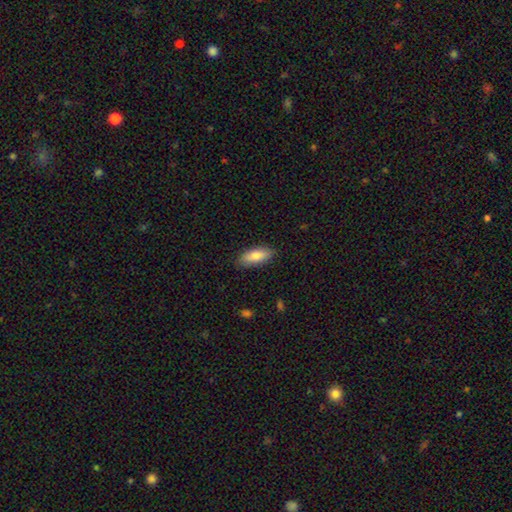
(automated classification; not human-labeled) A smooth galaxy with no disk features (80%) that is in between round and cigar-shaped (75%).

Vote fractions:
- Smooth or featured? smooth: 80% / featured or disk: 14% / star or artifact: 6%
- How rounded? in between: 75% / cigar-shaped: 23% / round: 2%
- Merging? none: 86% / minor disturbance: 11% / major disturbance: 2% / merger: 1%